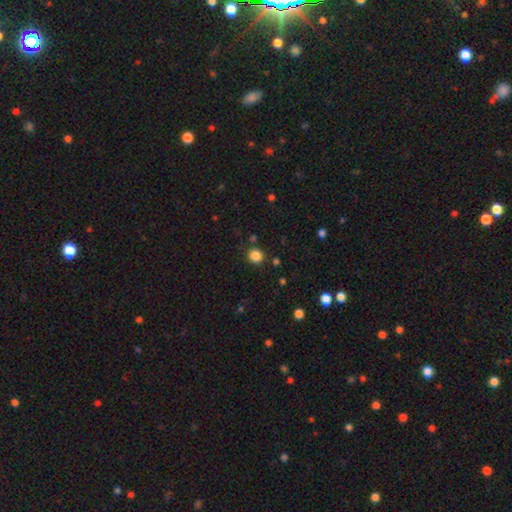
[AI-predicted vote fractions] This appears to be a smooth galaxy with no disk features (85%) that is round (88%). Merging: none (87%).